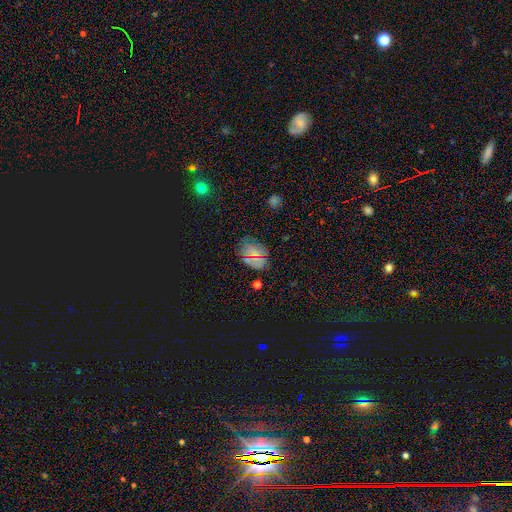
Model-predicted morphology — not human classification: The model was most divided on "smooth or featured": smooth: 47%, star or artifact: 41%, featured or disk: 11%. More confident: merging — none (82%).